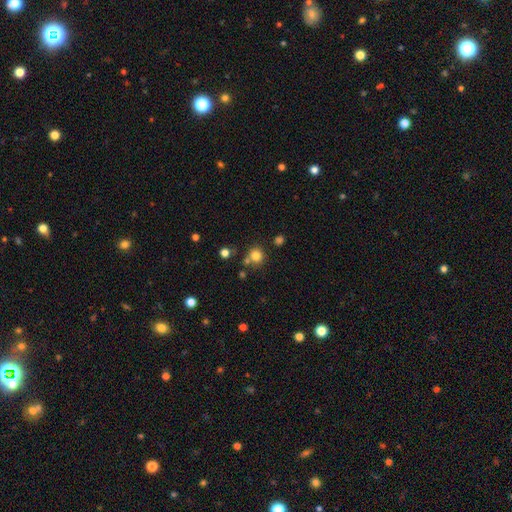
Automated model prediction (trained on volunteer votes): Smooth or featured: smooth — 79% (star or artifact — 14%)
How rounded: round — 91% (in between — 8%)
Merging: none — 73% (merger — 14%)